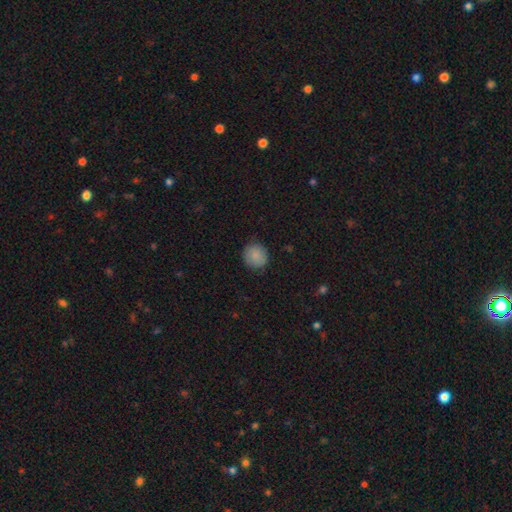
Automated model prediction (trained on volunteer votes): A smooth galaxy with no disk features (86%) that is round (89%). Merging: none (86%).